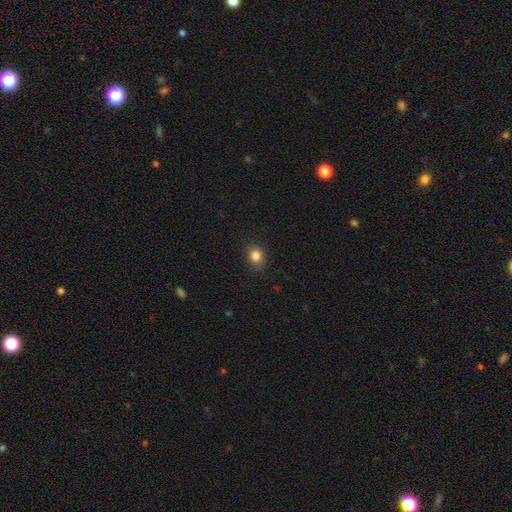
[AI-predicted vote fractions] A smooth galaxy with no disk features (84%) that is round (65%). Merging: none (85%).